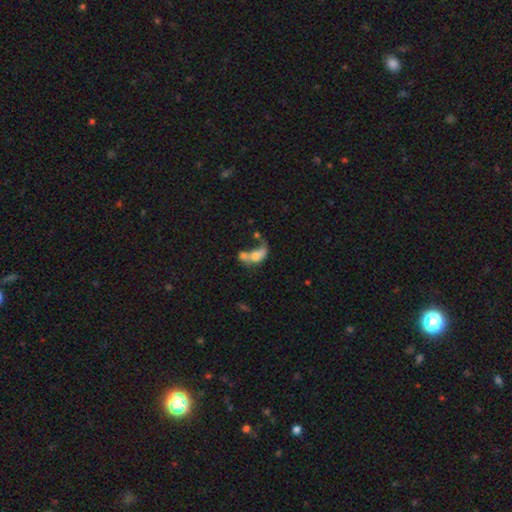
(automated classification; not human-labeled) Smooth or featured? smooth (59%)
How rounded? in between (81%)
Merging? merger (54%)